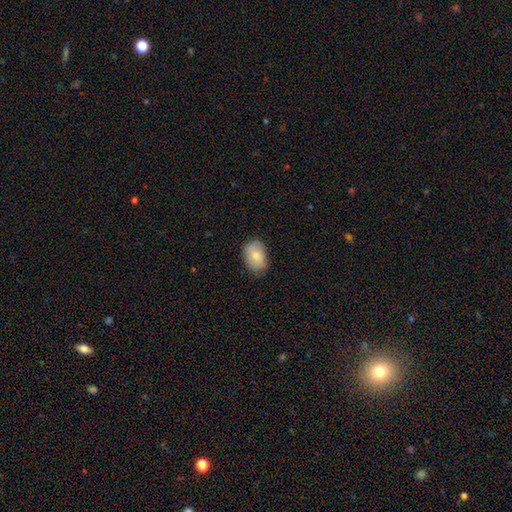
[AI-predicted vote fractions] Q: Smooth or featured?
A: smooth (77%); runner-up: featured or disk (16%)
Q: How rounded?
A: in between (81%); runner-up: round (18%)
Q: Merging?
A: none (71%); runner-up: minor disturbance (23%)